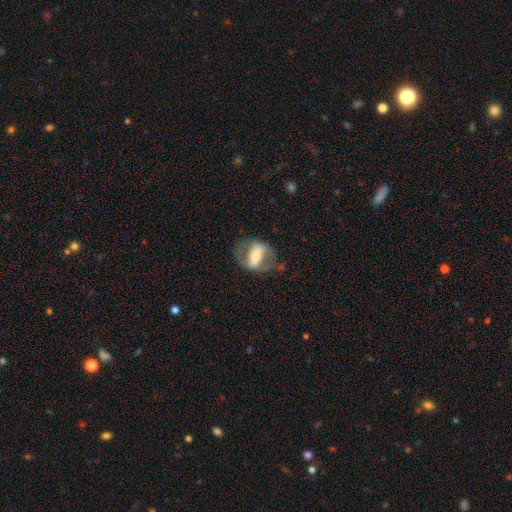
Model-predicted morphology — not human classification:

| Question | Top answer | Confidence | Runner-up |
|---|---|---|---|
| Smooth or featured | featured or disk | 62% | smooth (32%) |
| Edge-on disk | no | 87% | yes (13%) |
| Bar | strong | 62% | weak (20%) |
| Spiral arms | no | 54% | yes (46%) |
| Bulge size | moderate | 42% | small (36%) |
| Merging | none | 60% | minor disturbance (19%) |